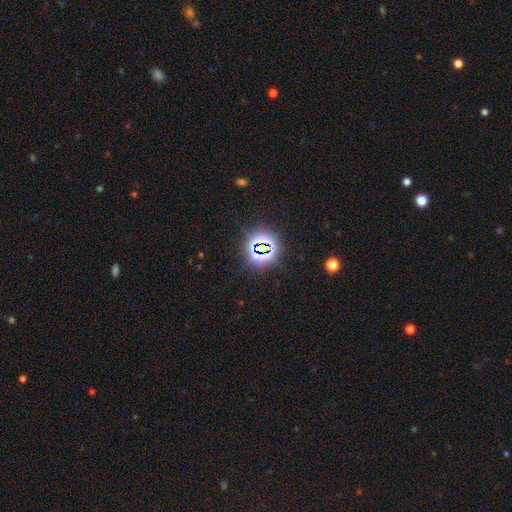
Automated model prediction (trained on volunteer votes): smooth_or_featured: star or artifact (p=0.76) [alt: smooth p=0.16]